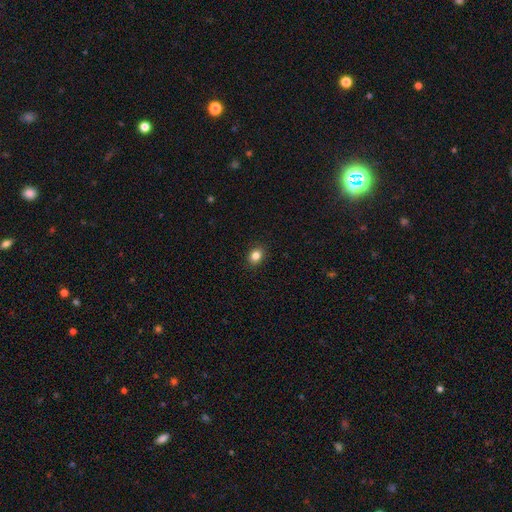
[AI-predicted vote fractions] smooth 84%, star or artifact 11%, featured or disk 5%. Down the decision tree: how rounded — in between (50%); merging — none (90%).